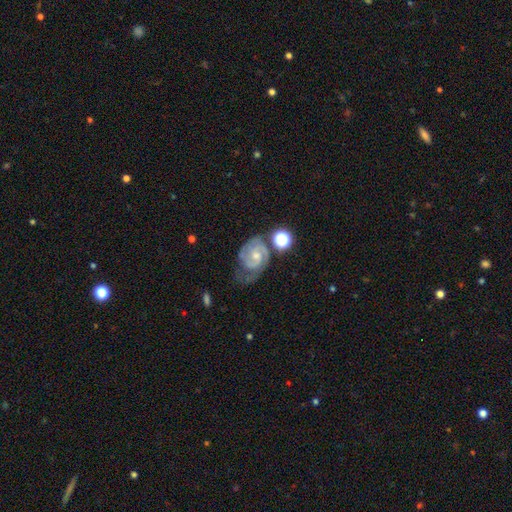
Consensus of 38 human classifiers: Smooth or featured?
  - featured or disk: 92% *
  - smooth: 8%
  - star or artifact: 0%
Edge-on disk?
  - no: 100% *
  - yes: 0%
Bar?
  - no: 71% *
  - weak: 26%
  - strong: 3%
Spiral arms?
  - yes: 100% *
  - no: 0%
Spiral winding?
  - tight: 46% *
  - medium: 43%
  - loose: 11%
Spiral arm count?
  - 2: 66% *
  - can't tell: 17%
  - 3: 9%
  - 1: 6%
  - 4: 3%
  - more than 4: 0%
Bulge size?
  - small: 60% *
  - moderate: 34%
  - none: 6%
  - dominant: 0%
  - large: 0%
Merging?
  - major disturbance: 39% *
  - none: 29%
  - minor disturbance: 29%
  - merger: 3%